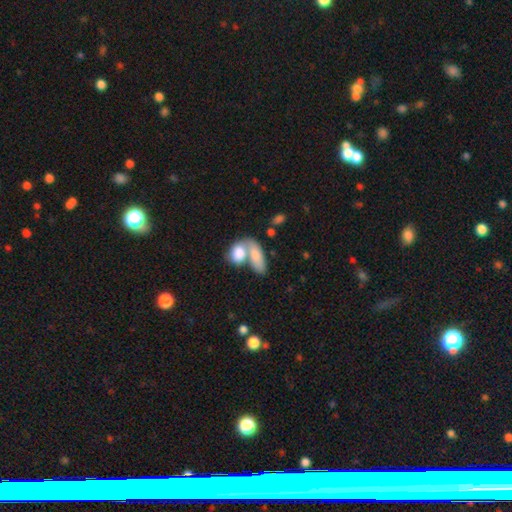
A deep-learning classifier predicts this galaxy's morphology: Smooth or featured: smooth — 80% (featured or disk — 14%)
How rounded: in between — 84% (cigar-shaped — 8%)
Merging: merger — 62% (none — 24%)